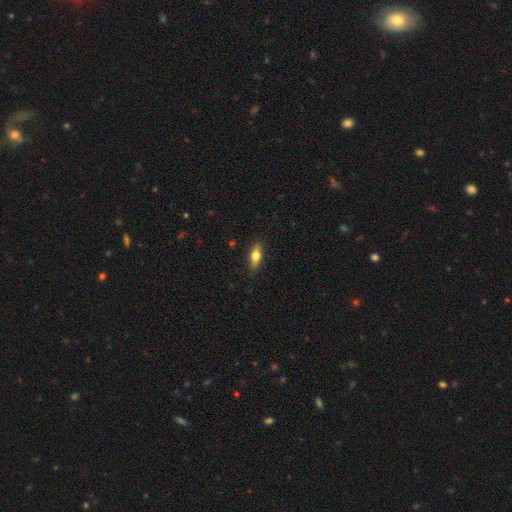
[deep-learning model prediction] smooth_or_featured: smooth (p=0.64) [alt: featured or disk p=0.30]
how_rounded: in between (p=0.61) [alt: cigar-shaped p=0.36]
merging: none (p=0.87) [alt: minor disturbance p=0.10]